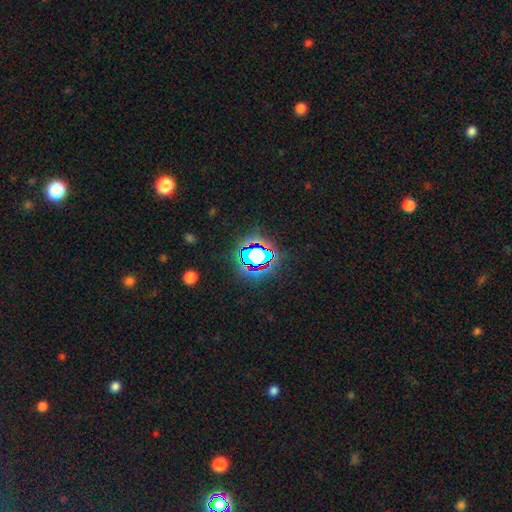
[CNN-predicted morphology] star or artifact 67%, smooth 21%, featured or disk 13%.